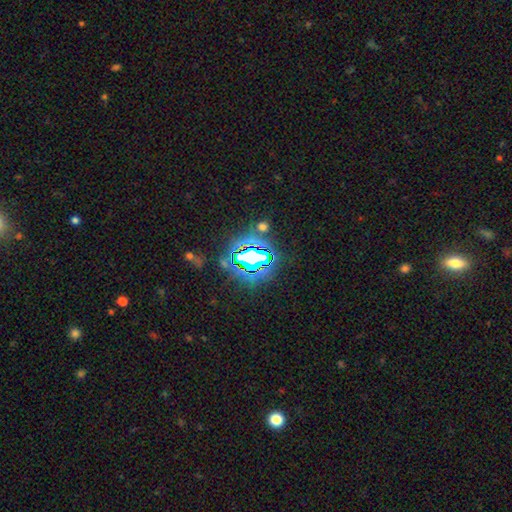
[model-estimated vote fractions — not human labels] smooth_or_featured: star or artifact (p=0.73) [alt: smooth p=0.16]